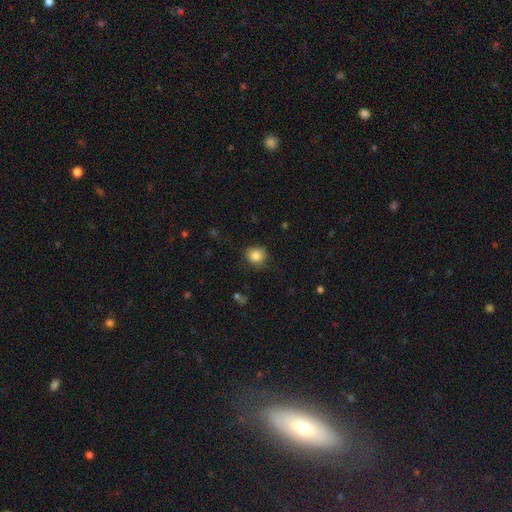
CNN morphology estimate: Overall: smooth (85%). How rounded: round (90%). Merging: none (86%).